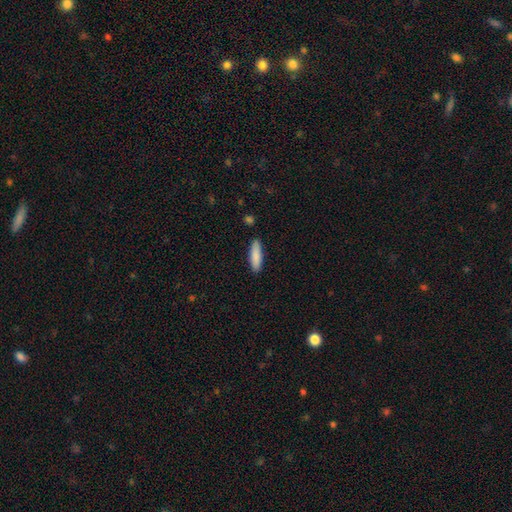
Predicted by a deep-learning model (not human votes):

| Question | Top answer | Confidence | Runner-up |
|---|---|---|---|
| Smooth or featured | smooth | 87% | featured or disk (7%) |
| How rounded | cigar-shaped | 62% | in between (37%) |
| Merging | none | 87% | minor disturbance (10%) |